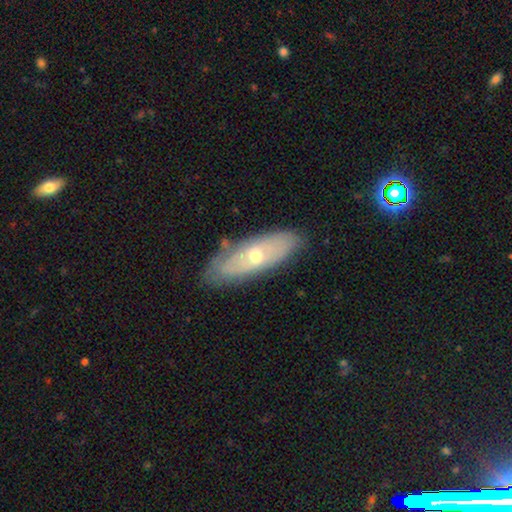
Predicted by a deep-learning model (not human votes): Smooth or featured?
  - featured or disk: 52% *
  - smooth: 41%
  - star or artifact: 7%
Edge-on disk?
  - no: 72% *
  - yes: 28%
Merging?
  - none: 76% *
  - minor disturbance: 18%
  - major disturbance: 4%
  - merger: 2%